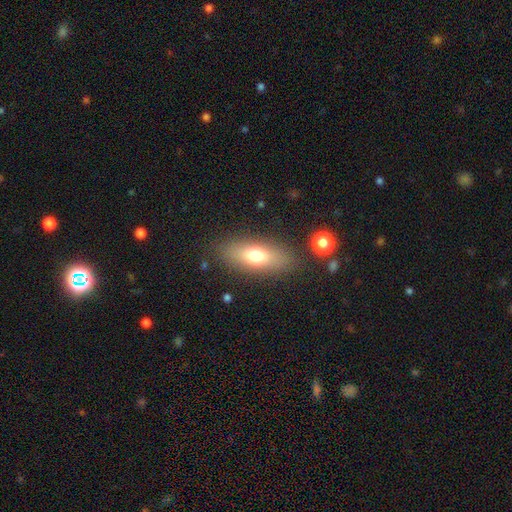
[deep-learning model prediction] Smooth or featured? Predicted: smooth (p=0.71). How rounded? Predicted: in between (p=0.74). Merging? Predicted: none (p=0.83).